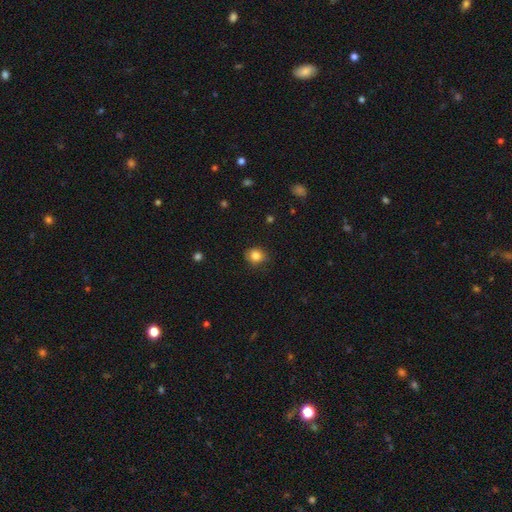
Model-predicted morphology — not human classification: type=smooth (84%); roundness=round (73%); merging=none (80%).